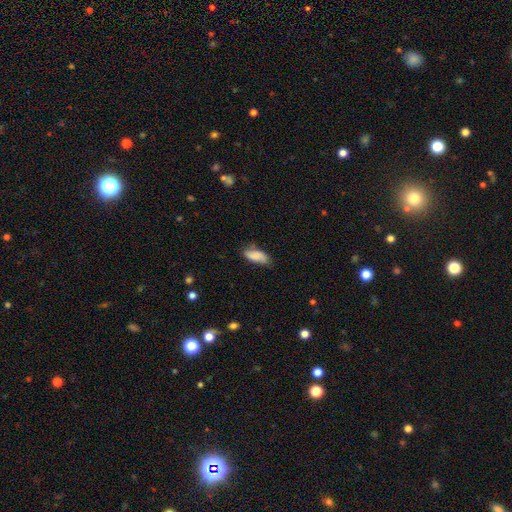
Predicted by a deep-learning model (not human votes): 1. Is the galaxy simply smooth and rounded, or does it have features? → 84% smooth, 9% featured or disk, 7% star or artifact.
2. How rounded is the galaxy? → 81% in between, 17% cigar-shaped, 2% round.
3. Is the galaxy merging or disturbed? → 67% none, 26% minor disturbance, 5% major disturbance, 3% merger.